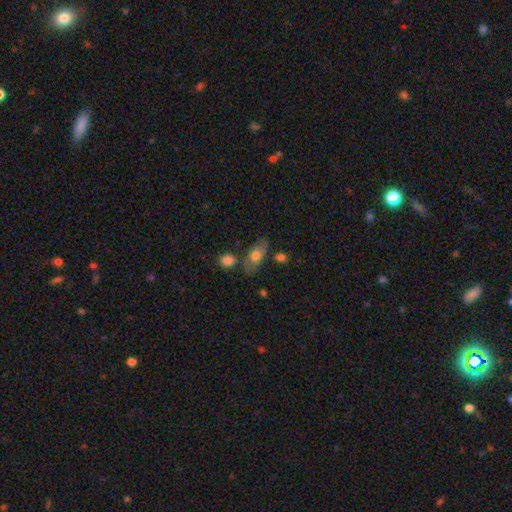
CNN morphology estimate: This is possibly a smooth galaxy (59%). How rounded: clearly in between (84%). Merging: likely none (67%).